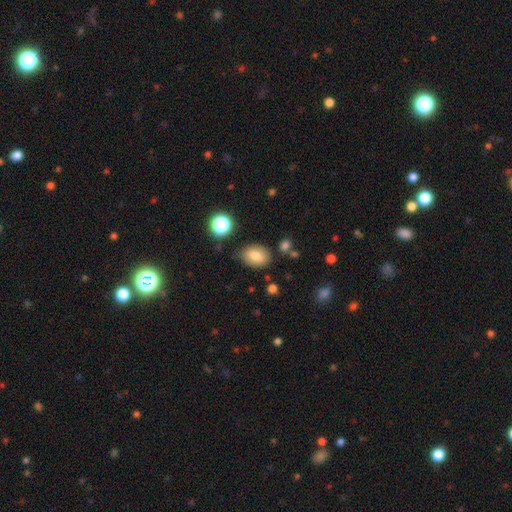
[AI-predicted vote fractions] Smooth or featured? smooth (78%)
How rounded? in between (76%)
Merging? none (77%)